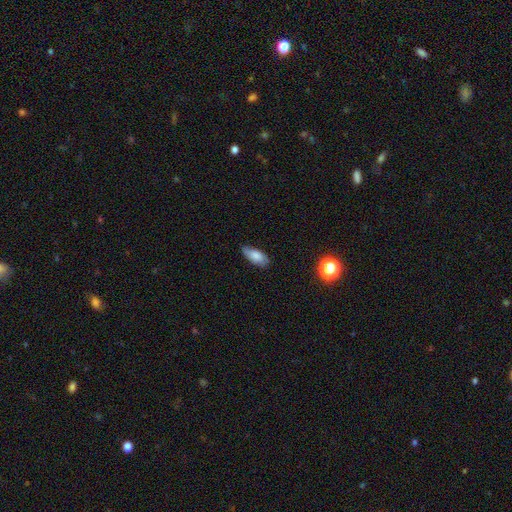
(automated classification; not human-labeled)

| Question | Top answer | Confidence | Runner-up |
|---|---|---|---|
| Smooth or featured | smooth | 80% | featured or disk (12%) |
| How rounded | in between | 85% | cigar-shaped (12%) |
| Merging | none | 75% | minor disturbance (21%) |